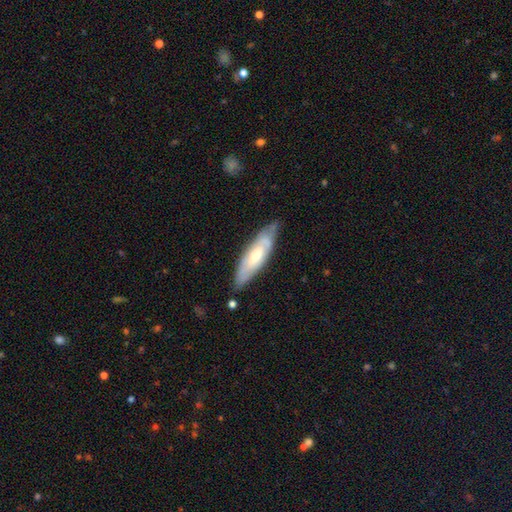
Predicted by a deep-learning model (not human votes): featured or disk 53%, smooth 41%, star or artifact 5%. Down the decision tree: edge-on disk — no (62%); merging — none (70%).